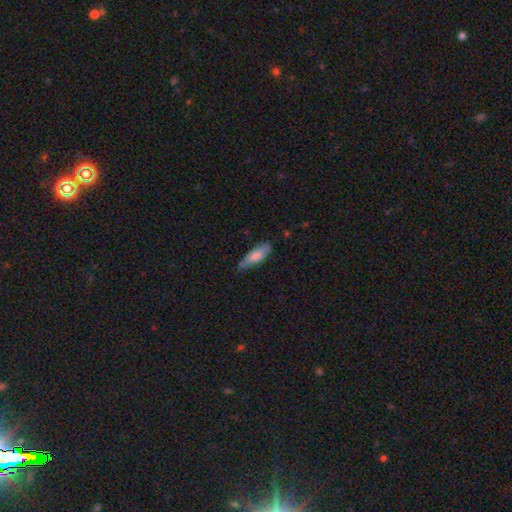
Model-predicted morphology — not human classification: This appears to be a smooth galaxy with no disk features (73%) that is cigar-shaped (55%). Merging: none (71%).